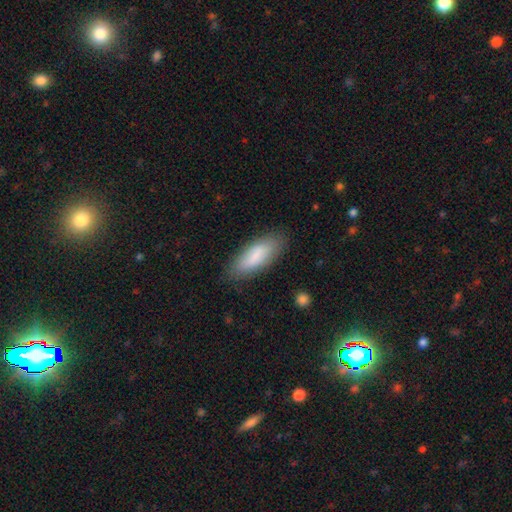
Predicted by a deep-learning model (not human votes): smooth-or-featured: smooth: 81% | featured or disk: 13% | star or artifact: 6%
  how-rounded: in between: 69% | cigar-shaped: 30% | round: 2%
  merging: none: 82% | minor disturbance: 13% | major disturbance: 3% | merger: 1%